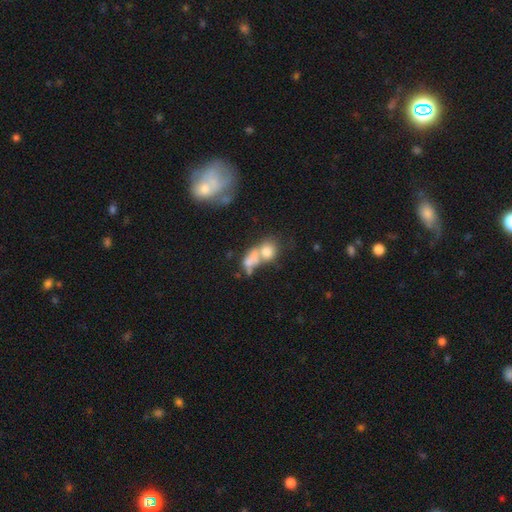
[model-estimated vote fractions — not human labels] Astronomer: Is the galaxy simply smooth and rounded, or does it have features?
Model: smooth — 58%.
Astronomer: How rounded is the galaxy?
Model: round — 49% (runner-up: in between, 46%).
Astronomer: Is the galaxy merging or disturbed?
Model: merger — 57%.